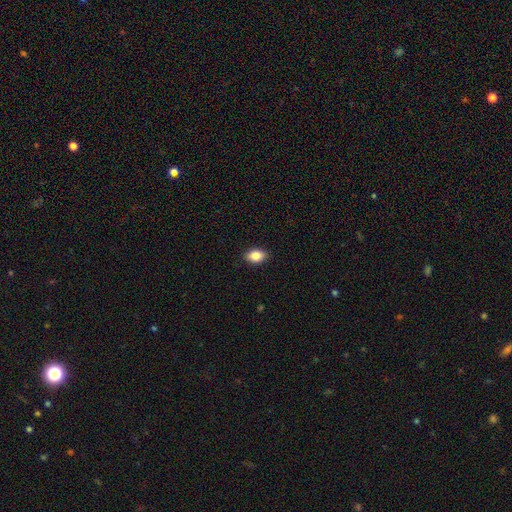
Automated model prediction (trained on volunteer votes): smooth-or-featured: smooth: 86% | star or artifact: 8% | featured or disk: 6%
  how-rounded: in between: 85% | round: 13% | cigar-shaped: 2%
  merging: none: 89% | minor disturbance: 8% | major disturbance: 2% | merger: 1%